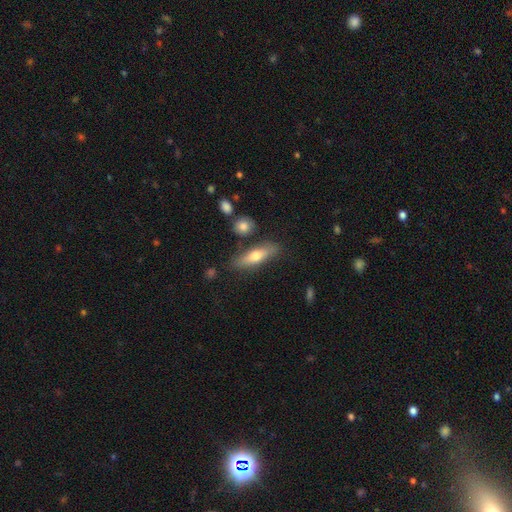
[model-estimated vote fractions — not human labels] Smooth or featured? Predicted: smooth (p=0.61). How rounded? Predicted: cigar-shaped (p=0.58). Merging? Predicted: none (p=0.78).